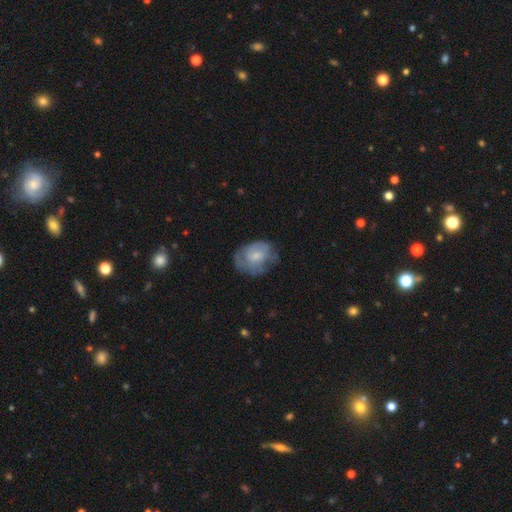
A featured or disk galaxy (54%) with no bar (50%), 2 (50%) medium (50%) spiral arms (70%) and a small central bulge (55%).

Vote fractions:
- Smooth or featured? featured or disk: 54% / smooth: 41% / star or artifact: 5%
- Edge-on disk? no: 95% / yes: 5%
- Bar? no: 50% / weak: 45% / strong: 5%
- Spiral arms? yes: 70% / no: 30%
- Spiral winding? medium: 50% / loose: 36% / tight: 14%
- Spiral arm count? 2: 50% / can't tell: 29% / 3: 14% / 1: 7% / 4: 0% / more than 4: 0%
- Bulge size? small: 55% / moderate: 35% / large: 5% / none: 5% / dominant: 0%
- Merging? none: 70% / minor disturbance: 16% / major disturbance: 11% / merger: 3%